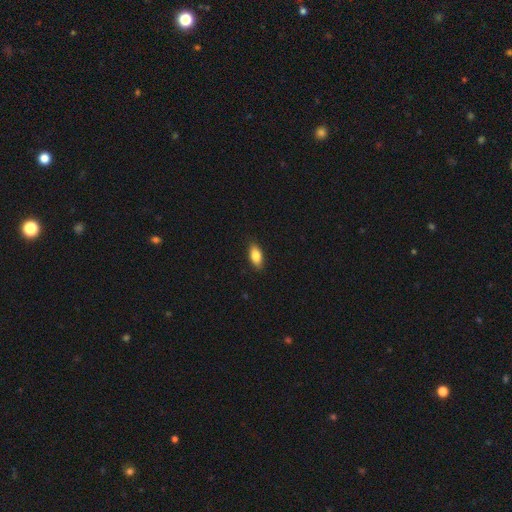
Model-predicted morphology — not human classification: Smooth or featured?
  - smooth: 83% *
  - featured or disk: 10%
  - star or artifact: 7%
How rounded?
  - in between: 87% *
  - cigar-shaped: 10%
  - round: 3%
Merging?
  - none: 88% *
  - minor disturbance: 9%
  - major disturbance: 2%
  - merger: 1%